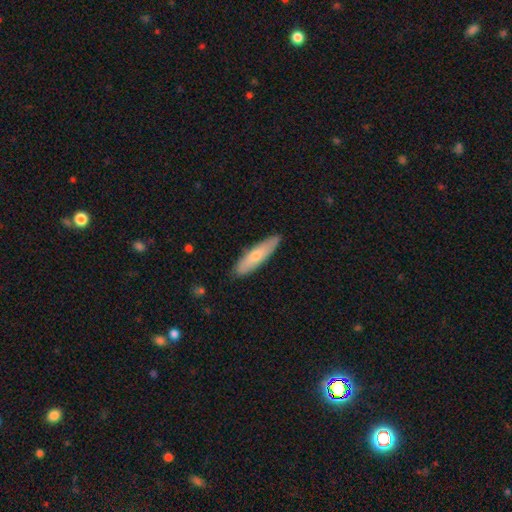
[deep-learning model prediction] smooth-or-featured: smooth: 67% | featured or disk: 27% | star or artifact: 6%
  how-rounded: cigar-shaped: 74% | in between: 24% | round: 2%
  merging: none: 87% | minor disturbance: 10% | major disturbance: 2% | merger: 1%